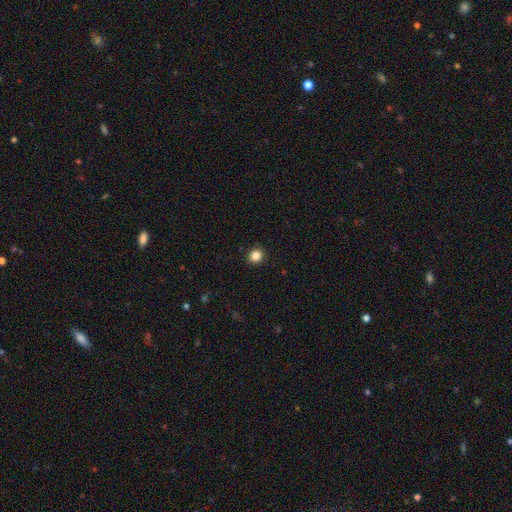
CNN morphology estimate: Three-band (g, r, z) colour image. It shows a smooth galaxy with no disk features (85%) that is round (87%). Merging: none (92%).